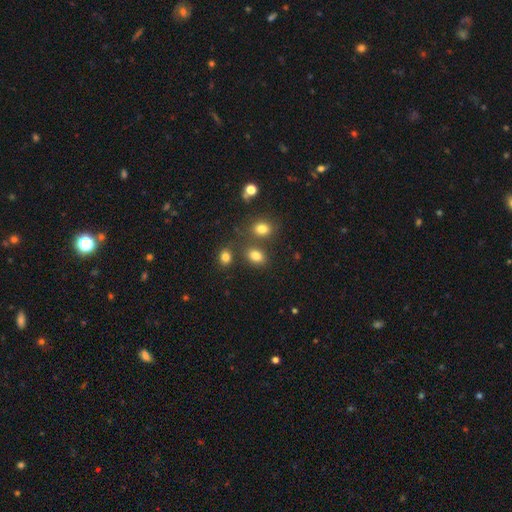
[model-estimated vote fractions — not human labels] Smooth or featured: smooth — 80% (star or artifact — 13%)
How rounded: in between — 73% (round — 26%)
Merging: none — 65% (merger — 19%)